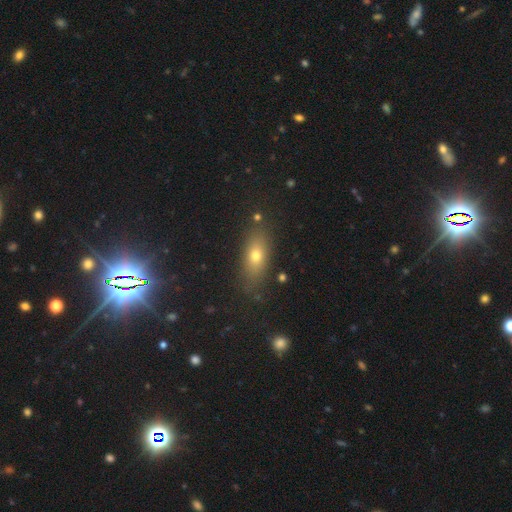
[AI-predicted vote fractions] This is likely a smooth galaxy (63%). How rounded: likely in between (69%). Merging: clearly none (82%).